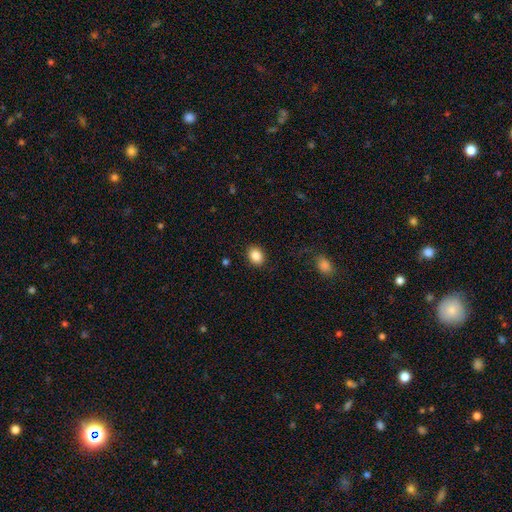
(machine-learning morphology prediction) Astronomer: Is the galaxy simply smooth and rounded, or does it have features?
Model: smooth — 87%.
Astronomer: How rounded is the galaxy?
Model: in between — 61% (runner-up: round, 38%).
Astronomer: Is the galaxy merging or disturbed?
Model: none — 88%.